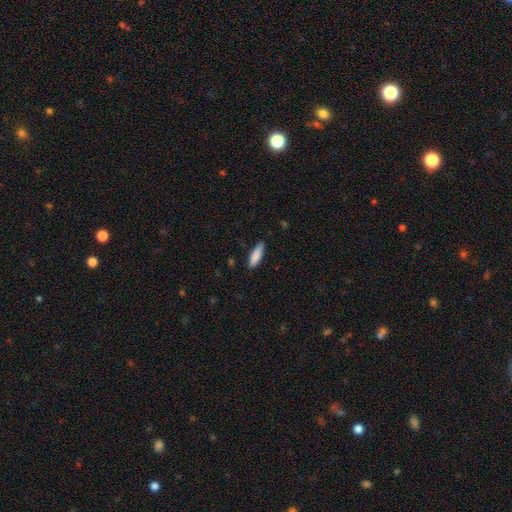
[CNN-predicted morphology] smooth-or-featured: smooth: 86% | featured or disk: 8% | star or artifact: 6%
  how-rounded: in between: 50% | cigar-shaped: 48% | round: 2%
  merging: none: 82% | minor disturbance: 15% | major disturbance: 2% | merger: 1%